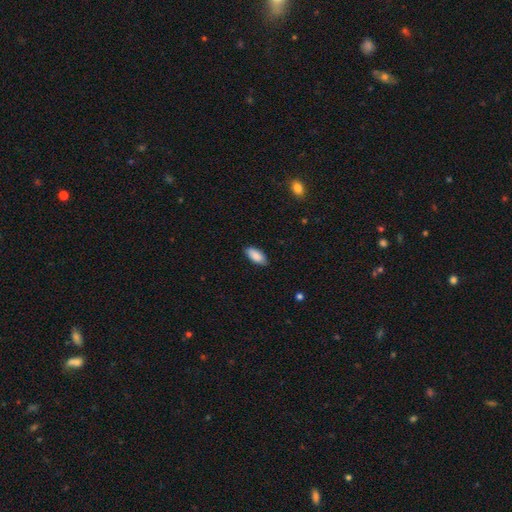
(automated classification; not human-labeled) smooth-or-featured: smooth: 88% | featured or disk: 6% | star or artifact: 6%
  how-rounded: in between: 88% | cigar-shaped: 10% | round: 2%
  merging: none: 85% | minor disturbance: 12% | major disturbance: 2% | merger: 1%